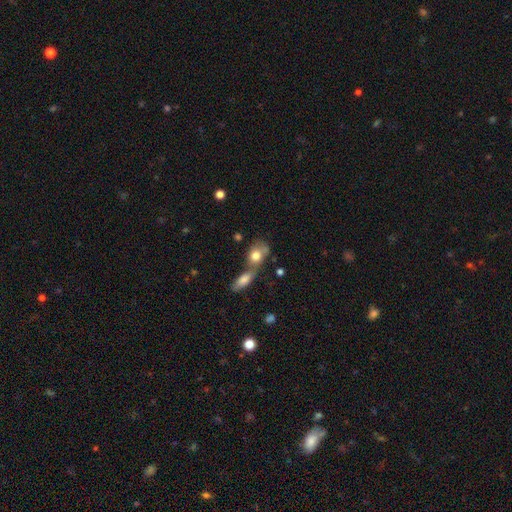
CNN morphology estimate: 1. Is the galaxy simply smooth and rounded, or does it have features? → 76% smooth, 17% featured or disk, 7% star or artifact.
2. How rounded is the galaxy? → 70% in between, 26% round, 4% cigar-shaped.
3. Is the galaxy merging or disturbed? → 58% merger, 25% none, 10% minor disturbance, 6% major disturbance.